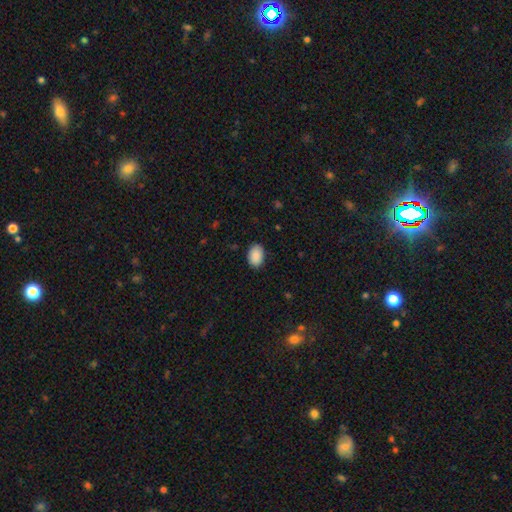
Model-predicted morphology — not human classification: smooth 91%, star or artifact 7%, featured or disk 3%. Down the decision tree: how rounded — in between (86%); merging — none (86%).